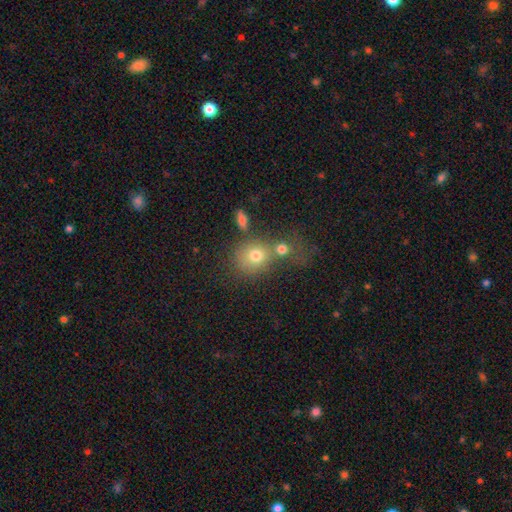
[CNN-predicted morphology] smooth 74%, star or artifact 14%, featured or disk 13%. Down the decision tree: how rounded — round (73%); merging — none (43%).